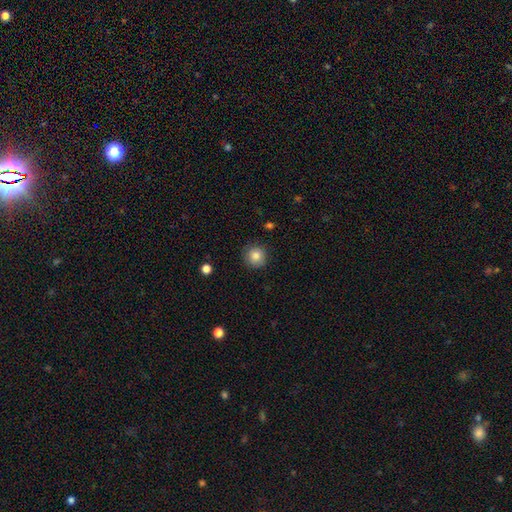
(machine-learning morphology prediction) The model was most divided on "smooth or featured": smooth: 84%, star or artifact: 9%, featured or disk: 6%. More confident: how rounded — round (94%); merging — none (87%).